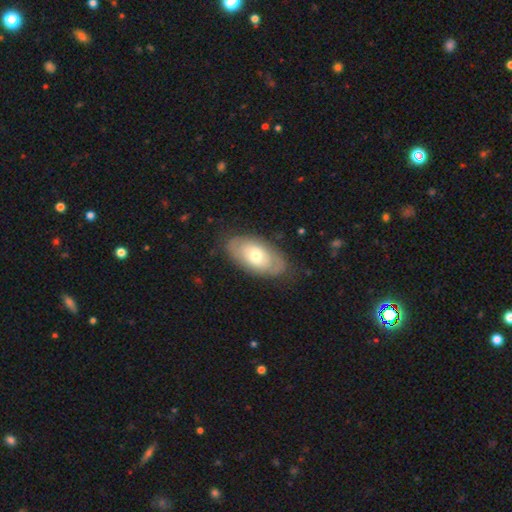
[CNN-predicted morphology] A smooth galaxy with no disk features (48%). Merging: none (78%).